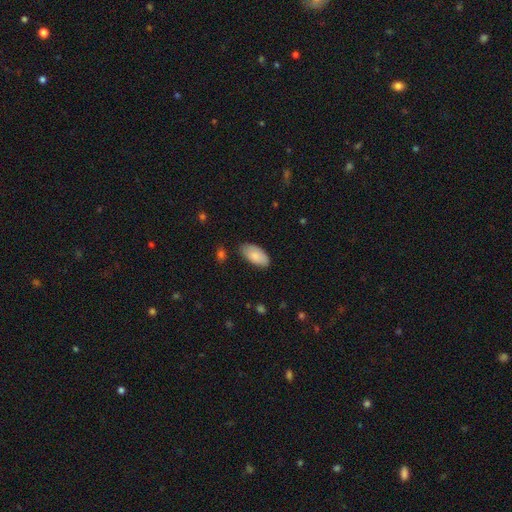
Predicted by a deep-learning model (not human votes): Smooth or featured? smooth (86%)
How rounded? in between (95%)
Merging? none (79%)